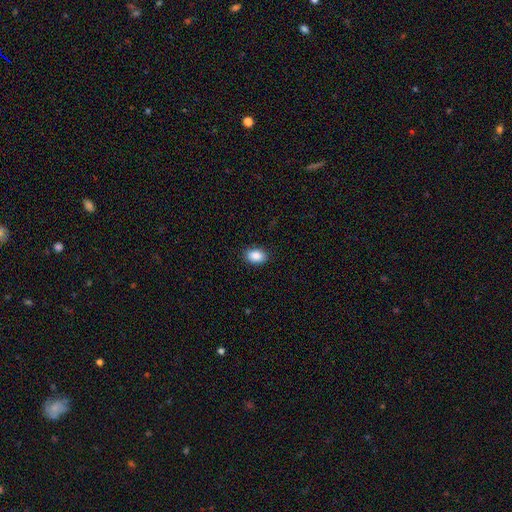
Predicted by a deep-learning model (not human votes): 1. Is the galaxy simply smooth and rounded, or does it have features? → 88% smooth, 8% star or artifact, 4% featured or disk.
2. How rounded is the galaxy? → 82% in between, 17% round, 1% cigar-shaped.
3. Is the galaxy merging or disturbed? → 89% none, 8% minor disturbance, 2% major disturbance, 1% merger.